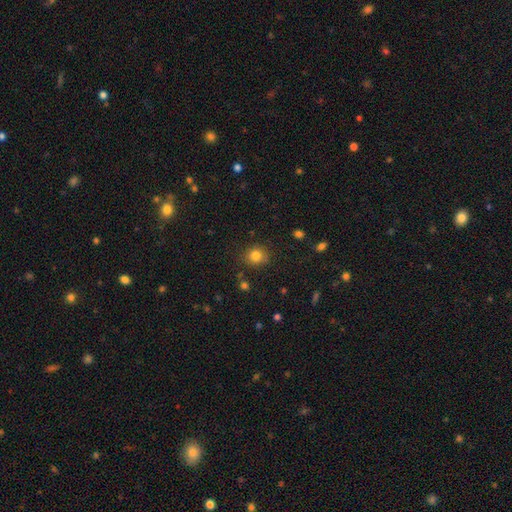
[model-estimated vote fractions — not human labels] A smooth galaxy with no disk features (82%) that is round (81%).

Vote fractions:
- Smooth or featured? smooth: 82% / star or artifact: 12% / featured or disk: 6%
- How rounded? round: 81% / in between: 18% / cigar-shaped: 1%
- Merging? none: 82% / minor disturbance: 12% / major disturbance: 3% / merger: 2%